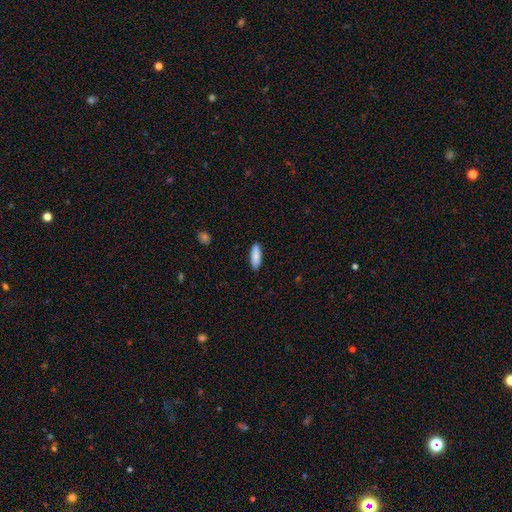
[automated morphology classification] Smooth or featured? smooth (88%)
How rounded? in between (60%)
Merging? none (89%)